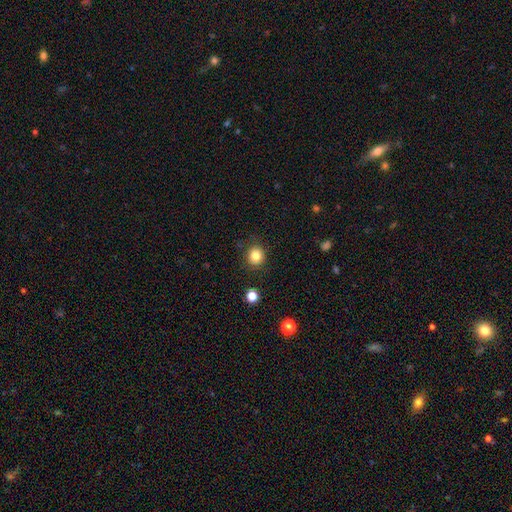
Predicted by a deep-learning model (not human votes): A smooth galaxy with no disk features (83%) that is round (87%).

Vote fractions:
- Smooth or featured? smooth: 83% / star or artifact: 12% / featured or disk: 6%
- How rounded? round: 87% / in between: 12% / cigar-shaped: 1%
- Merging? none: 88% / minor disturbance: 8% / major disturbance: 2% / merger: 2%